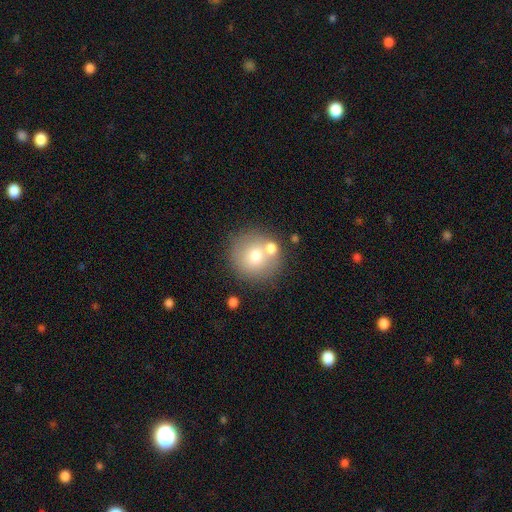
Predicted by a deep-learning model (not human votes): smooth-or-featured: smooth: 72% | featured or disk: 18% | star or artifact: 10%
  how-rounded: round: 91% | in between: 8% | cigar-shaped: 1%
  merging: none: 68% | merger: 17% | minor disturbance: 11% | major disturbance: 4%